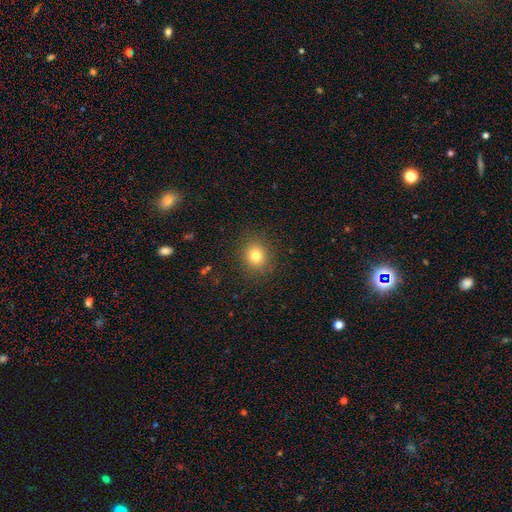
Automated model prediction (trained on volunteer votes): Overall: smooth (79%). How rounded: round (78%). Merging: none (88%).